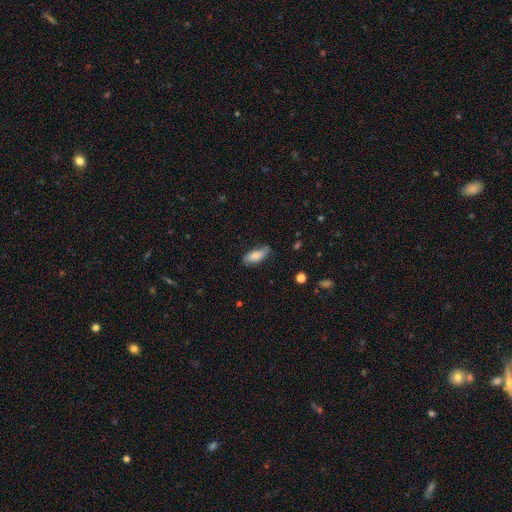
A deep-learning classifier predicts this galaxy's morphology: The model was most divided on "merging": none: 76%, minor disturbance: 20%, major disturbance: 4%, merger: 1%. More confident: how rounded — in between (79%); smooth or featured — smooth (79%).